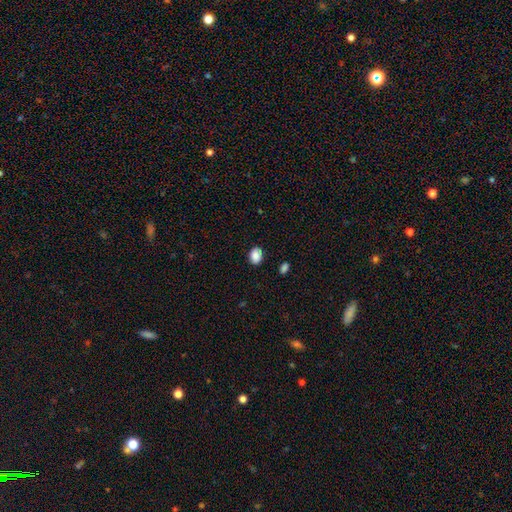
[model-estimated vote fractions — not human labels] smooth_or_featured: smooth (p=0.89) [alt: star or artifact p=0.08]
how_rounded: in between (p=0.66) [alt: round p=0.33]
merging: none (p=0.86) [alt: minor disturbance p=0.10]